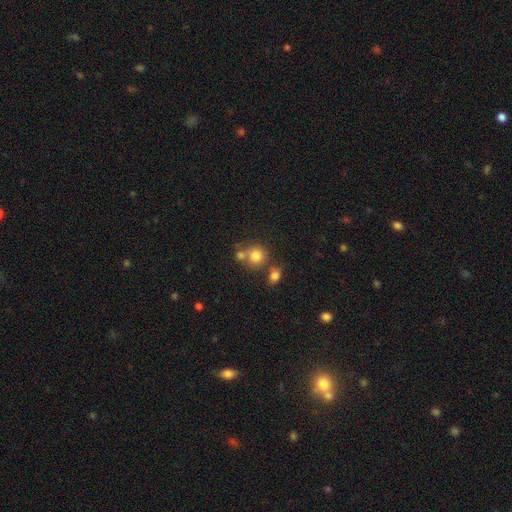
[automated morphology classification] This is likely a smooth galaxy (78%). How rounded: clearly round (85%). Merging: possibly none (55%).